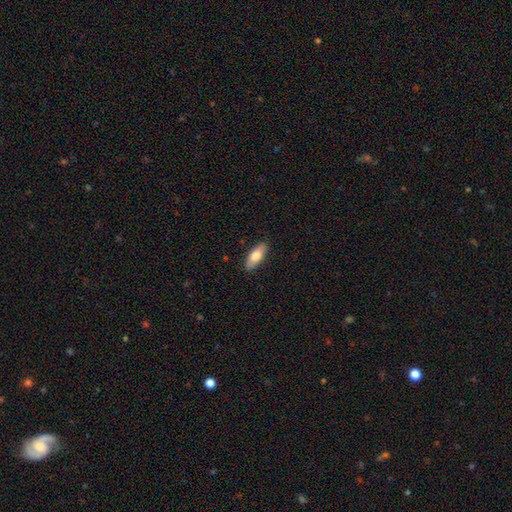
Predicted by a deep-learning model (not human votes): Smooth or featured: smooth — 77% (featured or disk — 18%)
How rounded: in between — 72% (cigar-shaped — 26%)
Merging: none — 87% (minor disturbance — 10%)